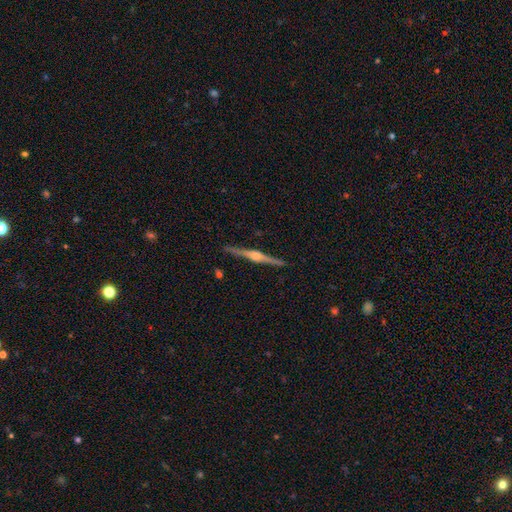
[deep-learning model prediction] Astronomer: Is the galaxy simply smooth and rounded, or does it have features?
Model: featured or disk — 85%.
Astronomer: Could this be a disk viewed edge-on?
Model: yes — 99%.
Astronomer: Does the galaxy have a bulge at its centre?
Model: rounded — 83%.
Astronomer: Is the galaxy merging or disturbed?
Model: none — 91%.